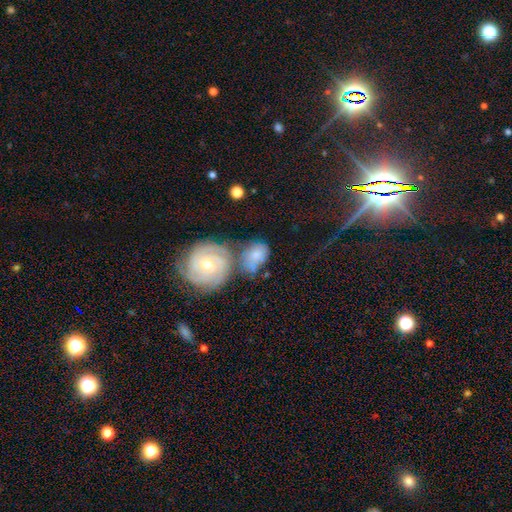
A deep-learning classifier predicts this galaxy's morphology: Smooth or featured? featured or disk (49%)
Merging? merger (38%)